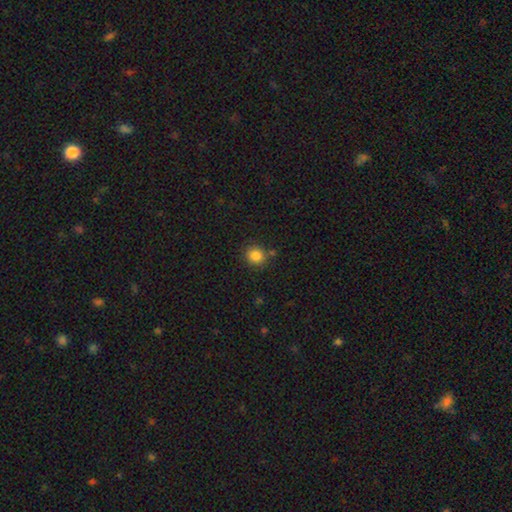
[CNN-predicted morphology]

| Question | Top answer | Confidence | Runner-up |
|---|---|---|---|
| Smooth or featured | smooth | 84% | star or artifact (11%) |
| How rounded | round | 88% | in between (11%) |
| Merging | none | 80% | minor disturbance (10%) |